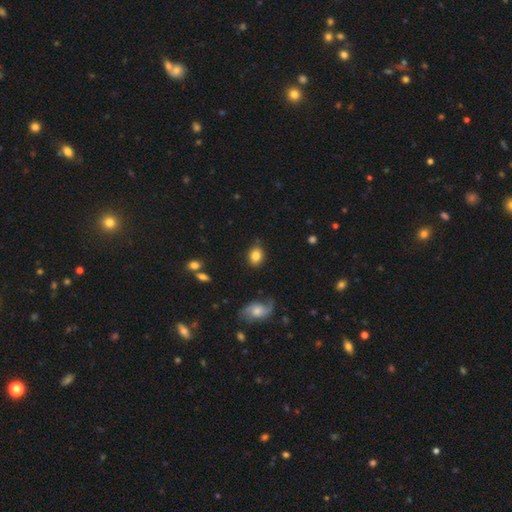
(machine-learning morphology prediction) A smooth galaxy with no disk features (82%) that is in between round and cigar-shaped (54%).

Vote fractions:
- Smooth or featured? smooth: 82% / featured or disk: 9% / star or artifact: 8%
- How rounded? in between: 54% / round: 45% / cigar-shaped: 1%
- Merging? none: 80% / minor disturbance: 14% / major disturbance: 4% / merger: 2%